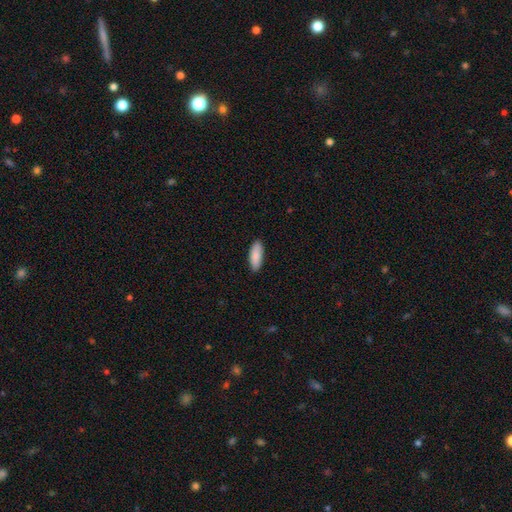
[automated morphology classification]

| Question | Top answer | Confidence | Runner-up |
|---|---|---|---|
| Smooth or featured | smooth | 89% | featured or disk (6%) |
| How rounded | in between | 69% | cigar-shaped (29%) |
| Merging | none | 90% | minor disturbance (8%) |